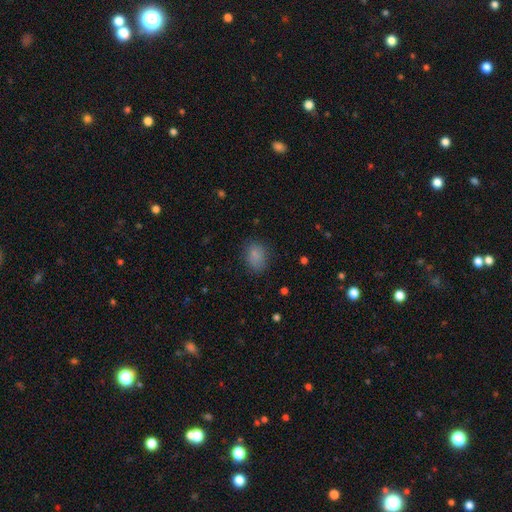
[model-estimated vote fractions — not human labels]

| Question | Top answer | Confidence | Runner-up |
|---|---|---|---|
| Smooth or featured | smooth | 83% | star or artifact (11%) |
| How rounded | in between | 66% | round (33%) |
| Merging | none | 78% | minor disturbance (16%) |